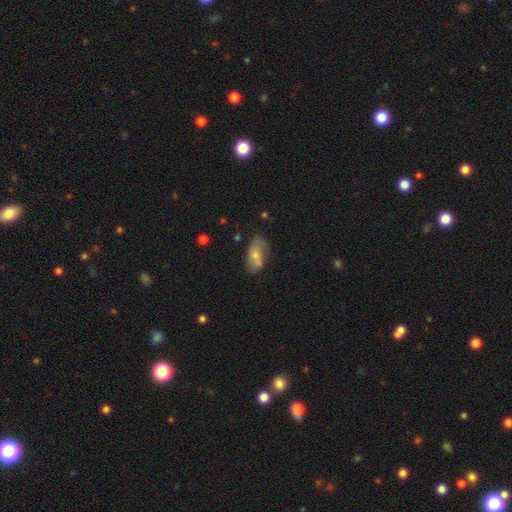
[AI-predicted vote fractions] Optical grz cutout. It shows a smooth galaxy with no disk features (56%) that is in between round and cigar-shaped (91%). Merging: none (57%).